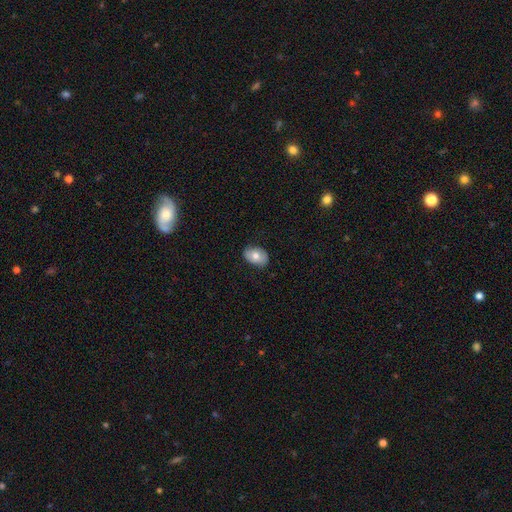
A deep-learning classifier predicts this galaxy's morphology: Smooth or featured? smooth (70%)
How rounded? in between (83%)
Merging? none (80%)